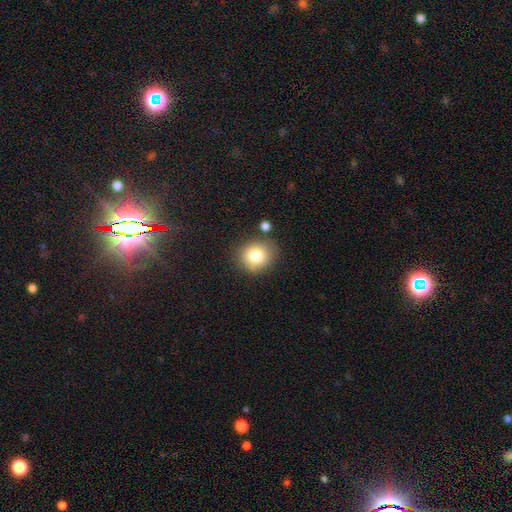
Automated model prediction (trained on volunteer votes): This is likely a smooth galaxy (80%). How rounded: likely round (78%). Merging: likely none (77%).